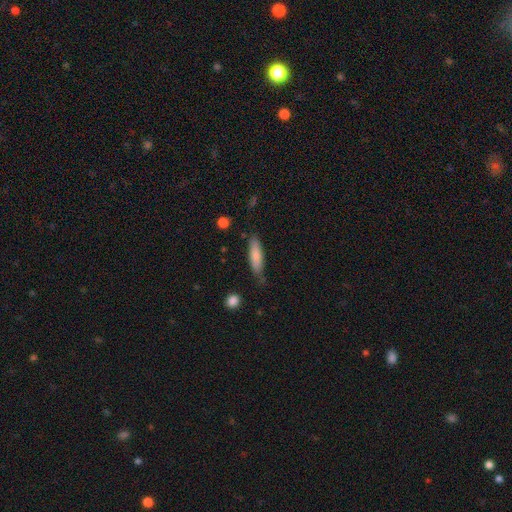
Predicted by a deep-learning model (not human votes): A smooth galaxy with no disk features (77%) that is cigar-shaped (65%).

Vote fractions:
- Smooth or featured? smooth: 77% / featured or disk: 17% / star or artifact: 6%
- How rounded? cigar-shaped: 65% / in between: 34% / round: 2%
- Merging? none: 76% / minor disturbance: 18% / major disturbance: 3% / merger: 3%